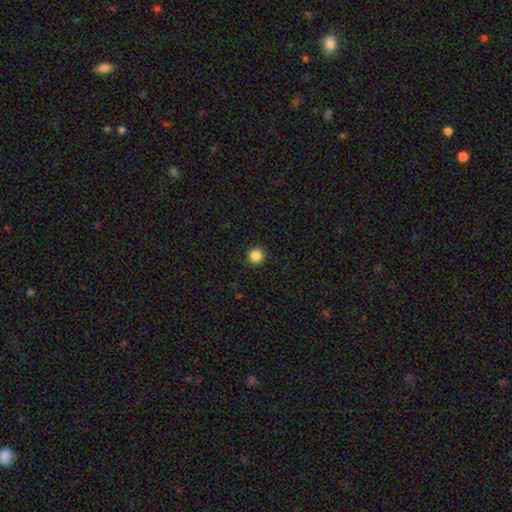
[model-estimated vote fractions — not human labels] A smooth galaxy with no disk features (85%) that is round (93%).

Vote fractions:
- Smooth or featured? smooth: 85% / star or artifact: 11% / featured or disk: 4%
- How rounded? round: 93% / in between: 6% / cigar-shaped: 1%
- Merging? none: 91% / minor disturbance: 6% / major disturbance: 2% / merger: 1%